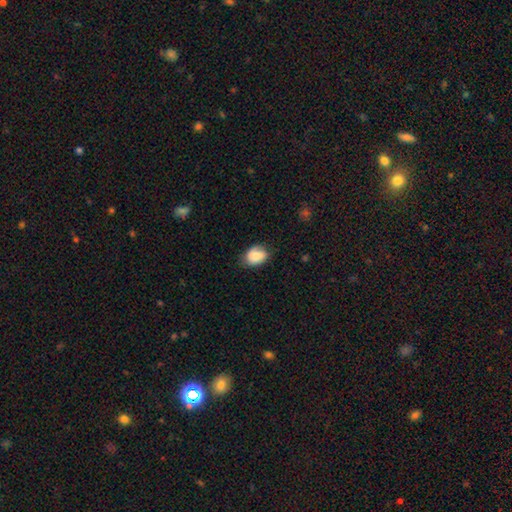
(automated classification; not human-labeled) Smooth or featured?
  - smooth: 80% *
  - featured or disk: 13%
  - star or artifact: 7%
How rounded?
  - in between: 71% *
  - round: 28%
  - cigar-shaped: 1%
Merging?
  - none: 69% *
  - minor disturbance: 25%
  - major disturbance: 5%
  - merger: 1%